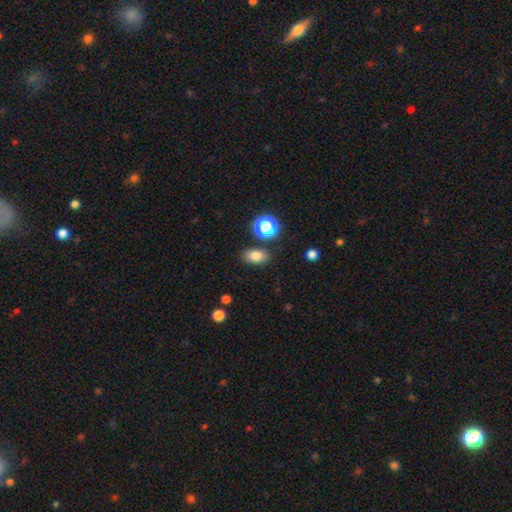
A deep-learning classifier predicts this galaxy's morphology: Smooth or featured? smooth (81%)
How rounded? in between (84%)
Merging? none (83%)